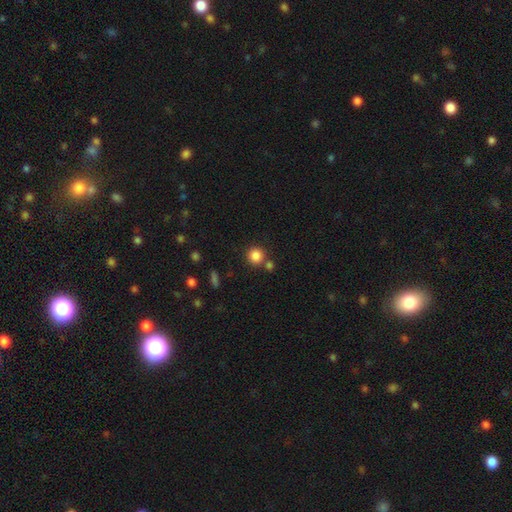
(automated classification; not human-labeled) A smooth galaxy with no disk features (85%) that is round (92%). Merging: none (74%).